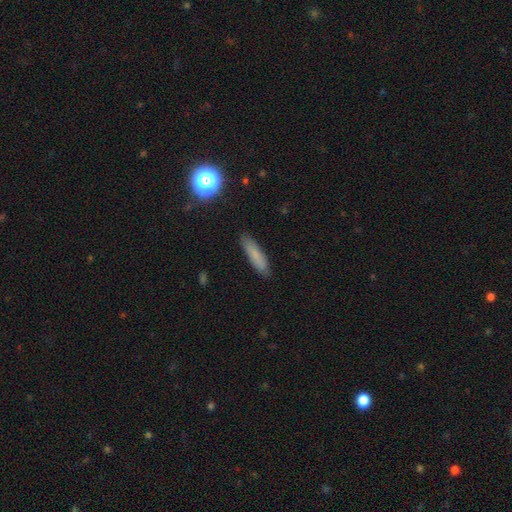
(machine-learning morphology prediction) smooth_or_featured: smooth (p=0.79) [alt: featured or disk p=0.12]
how_rounded: cigar-shaped (p=0.77) [alt: in between p=0.21]
merging: none (p=0.86) [alt: minor disturbance p=0.11]